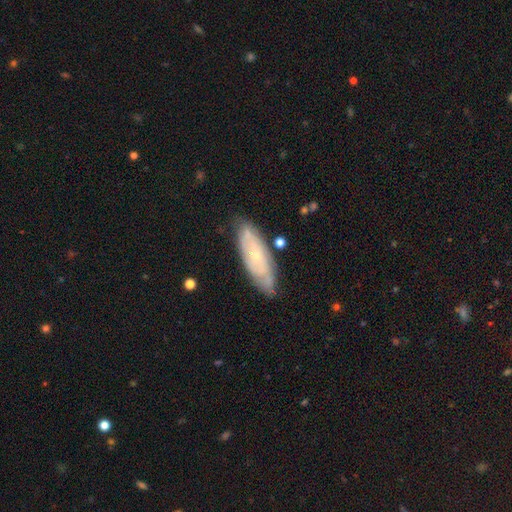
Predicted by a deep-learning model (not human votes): A featured or disk galaxy (64%) with no bar (79%), spiral arms (75%) and a small central bulge (74%). Merging: none (75%).